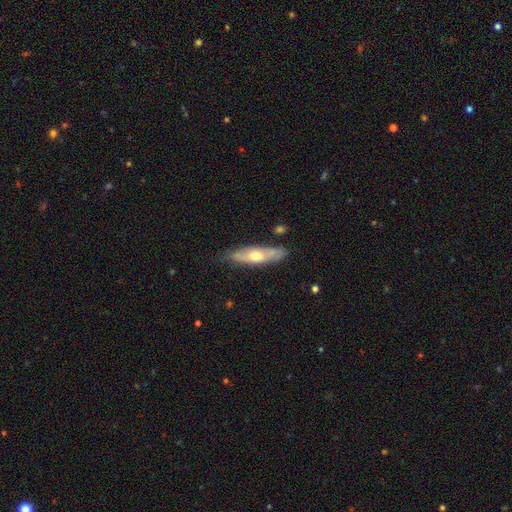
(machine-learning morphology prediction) type=featured or disk (49%); merging=none (72%).